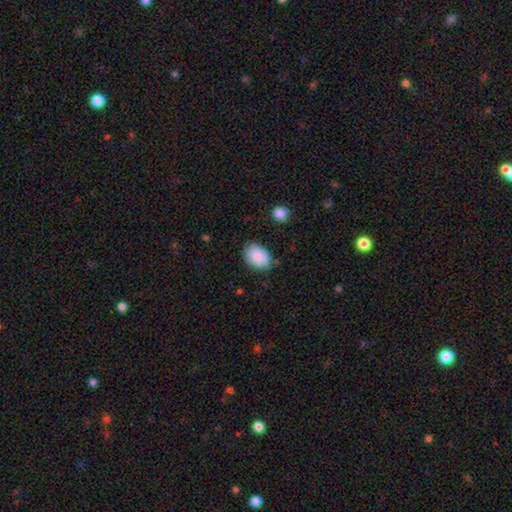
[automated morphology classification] Smooth or featured?
  - smooth: 87% *
  - star or artifact: 6%
  - featured or disk: 6%
How rounded?
  - in between: 82% *
  - round: 17%
  - cigar-shaped: 1%
Merging?
  - none: 76% *
  - minor disturbance: 19%
  - major disturbance: 4%
  - merger: 2%